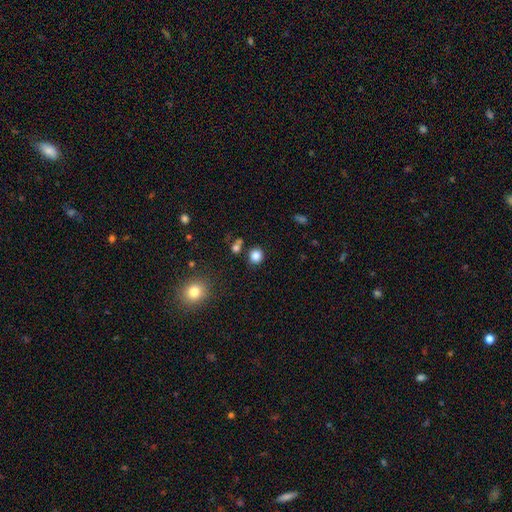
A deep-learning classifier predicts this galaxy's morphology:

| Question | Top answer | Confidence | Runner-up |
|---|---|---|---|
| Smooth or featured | smooth | 83% | star or artifact (12%) |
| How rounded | round | 82% | in between (17%) |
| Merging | none | 82% | minor disturbance (8%) |